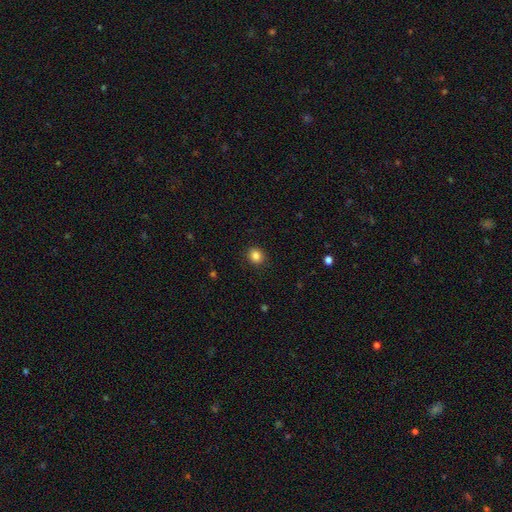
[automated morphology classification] Smooth or featured? smooth (85%)
How rounded? round (78%)
Merging? none (90%)